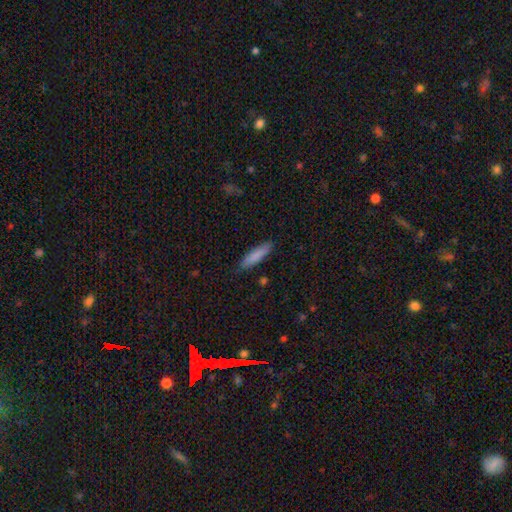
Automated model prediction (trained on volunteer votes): Overall: smooth (84%). How rounded: cigar-shaped (77%). Merging: none (87%).